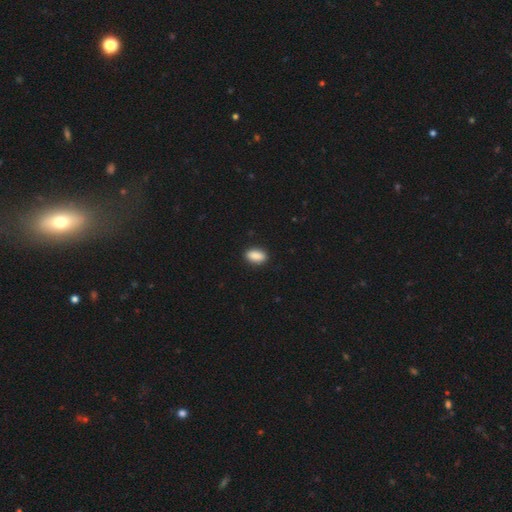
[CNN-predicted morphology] A smooth galaxy with no disk features (90%) that is in between round and cigar-shaped (91%).

Vote fractions:
- Smooth or featured? smooth: 90% / star or artifact: 7% / featured or disk: 3%
- How rounded? in between: 91% / round: 5% / cigar-shaped: 4%
- Merging? none: 89% / minor disturbance: 8% / major disturbance: 2% / merger: 1%